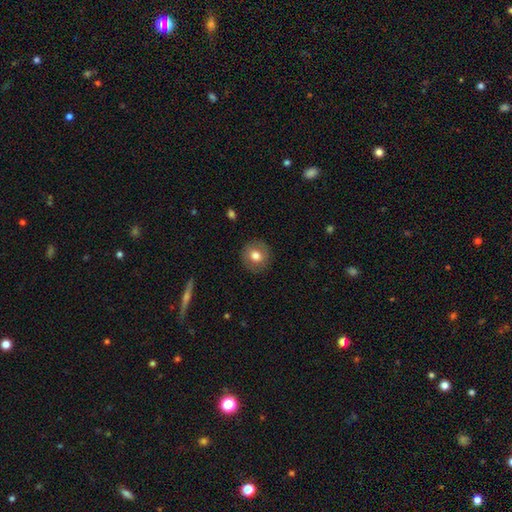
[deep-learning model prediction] A smooth galaxy with no disk features (73%) that is round (89%).

Vote fractions:
- Smooth or featured? smooth: 73% / featured or disk: 19% / star or artifact: 8%
- How rounded? round: 89% / in between: 10% / cigar-shaped: 1%
- Merging? none: 89% / minor disturbance: 8% / major disturbance: 2% / merger: 1%